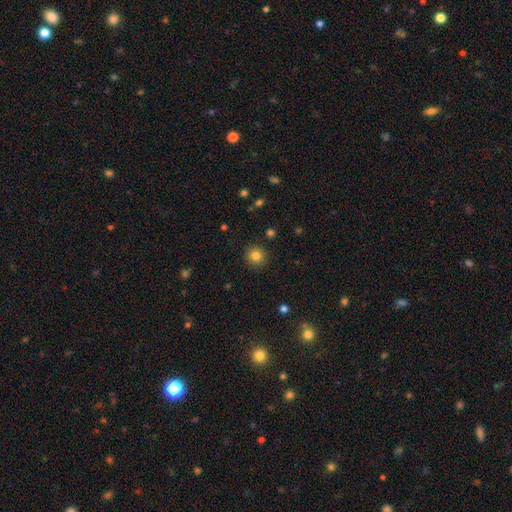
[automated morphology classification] This appears to be a smooth galaxy with no disk features (82%) that is round (93%). Merging: none (91%).